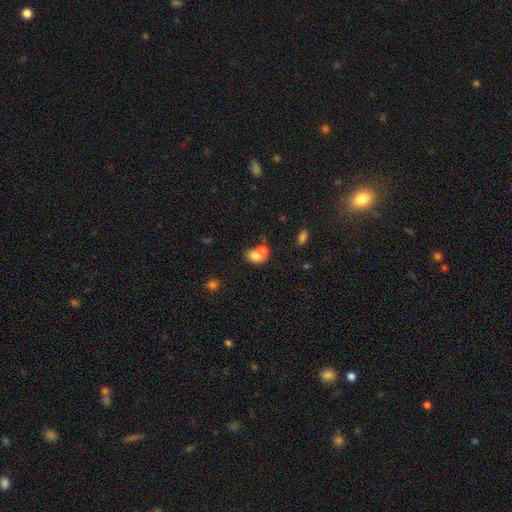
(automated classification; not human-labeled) smooth_or_featured: smooth (p=0.74) [alt: featured or disk p=0.16]
how_rounded: in between (p=0.62) [alt: round p=0.37]
merging: merger (p=0.62) [alt: none p=0.26]